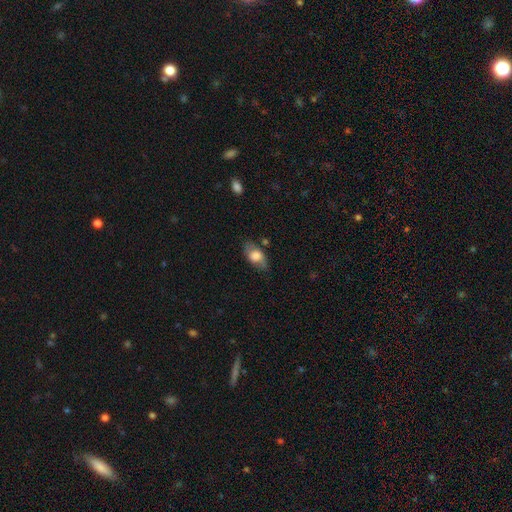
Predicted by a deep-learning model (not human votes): Smooth or featured? Predicted: smooth (p=0.63). How rounded? Predicted: in between (p=0.85). Merging? Predicted: none (p=0.69).